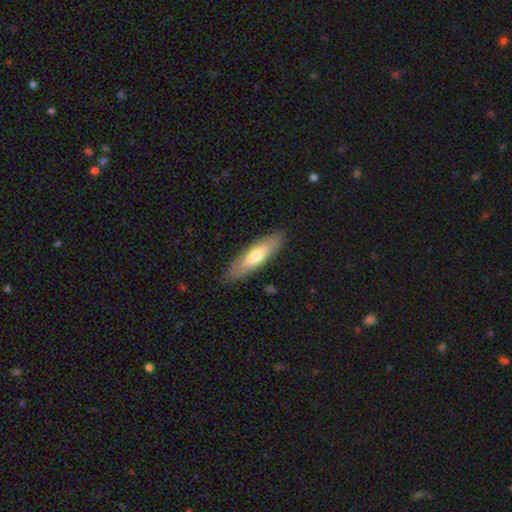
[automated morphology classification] smooth 60%, featured or disk 35%, star or artifact 5%. Down the decision tree: how rounded — cigar-shaped (56%); merging — none (87%).